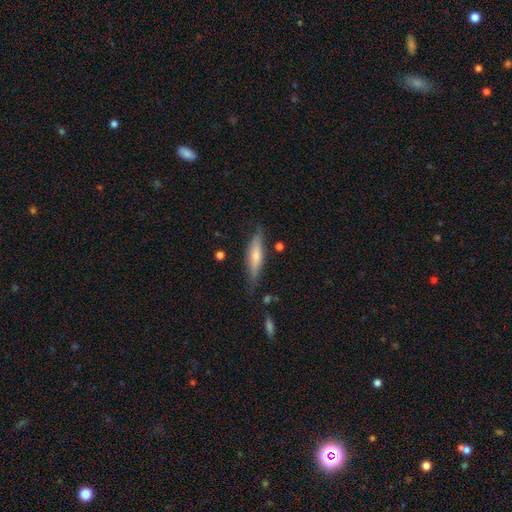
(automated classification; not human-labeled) This appears to be a smooth galaxy with no disk features (57%) that is cigar-shaped (72%). Merging: none (72%).